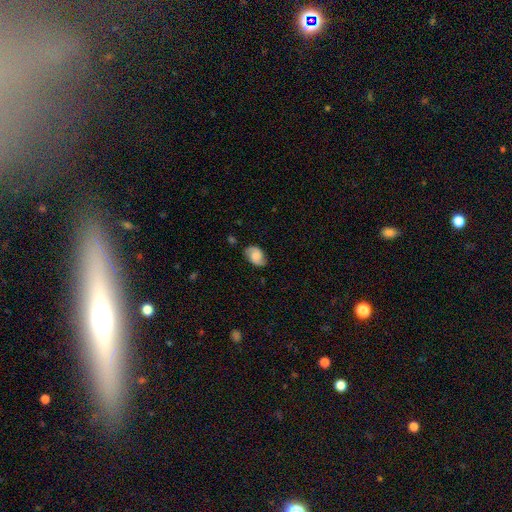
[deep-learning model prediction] Smooth or featured? Predicted: featured or disk (p=0.54). Edge-on disk? Predicted: no (p=0.97). Bar? Predicted: no (p=0.58). Spiral arms? Predicted: yes (p=0.92). Bulge size? Predicted: moderate (p=0.27). Merging? Predicted: none (p=0.76).